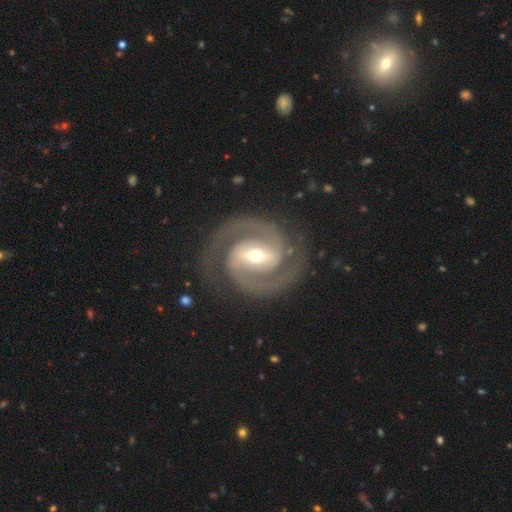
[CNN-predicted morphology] A featured or disk galaxy (93%) with a strong bar (55%), 2 (94%) tight (50%) spiral arms (98%) and a moderate central bulge (54%). Merging: none (85%).